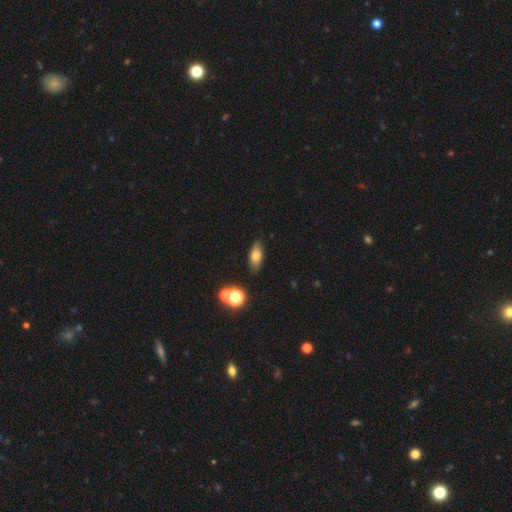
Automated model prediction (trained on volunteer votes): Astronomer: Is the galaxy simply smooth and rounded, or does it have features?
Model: smooth — 71%.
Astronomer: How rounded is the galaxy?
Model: in between — 75%.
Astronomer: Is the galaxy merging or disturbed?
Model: none — 84%.